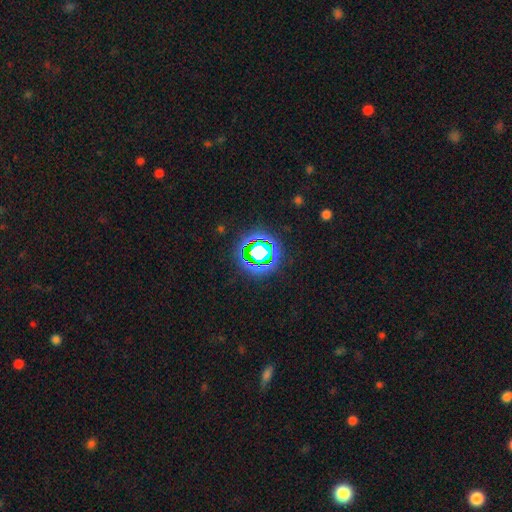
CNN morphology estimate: Smooth or featured? Predicted: star or artifact (p=0.69).